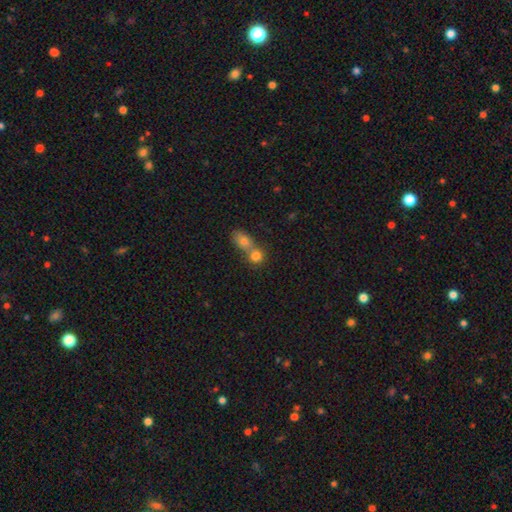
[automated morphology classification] smooth 77%, featured or disk 12%, star or artifact 11%. Down the decision tree: how rounded — round (68%); merging — merger (63%).